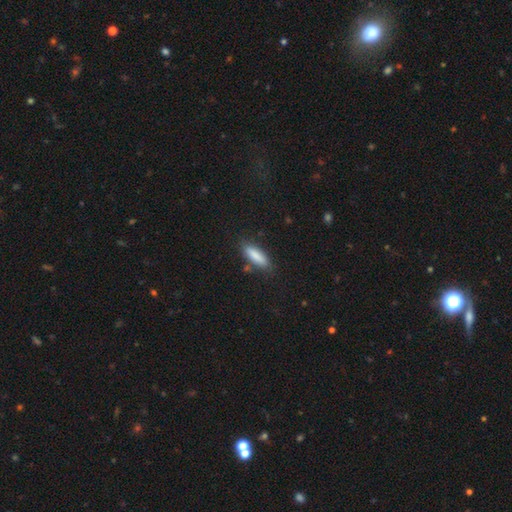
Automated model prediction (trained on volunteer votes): Morphology: type=smooth (85%); roundness=cigar-shaped (50%); merging=none (80%).